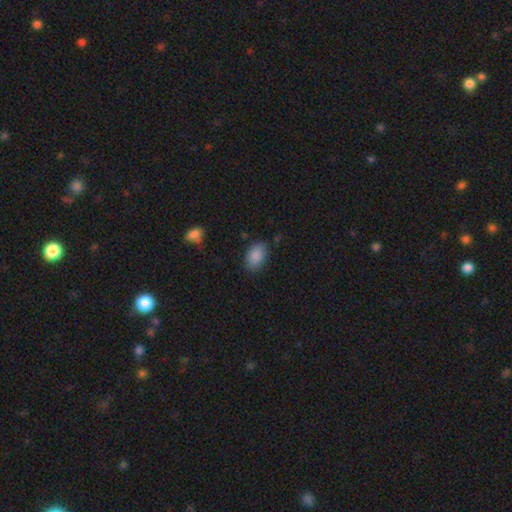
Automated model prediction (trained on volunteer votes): A smooth galaxy with no disk features (88%) that is in between round and cigar-shaped (89%).

Vote fractions:
- Smooth or featured? smooth: 88% / star or artifact: 8% / featured or disk: 5%
- How rounded? in between: 89% / round: 10% / cigar-shaped: 1%
- Merging? none: 79% / minor disturbance: 16% / major disturbance: 4% / merger: 2%